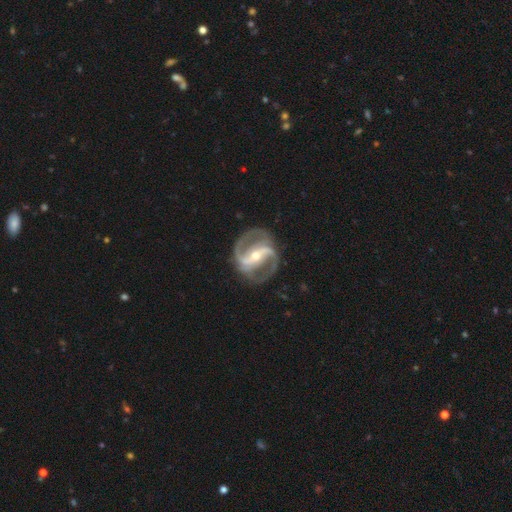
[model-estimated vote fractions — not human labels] The model was most divided on "bulge size": small: 53%, moderate: 44%, large: 2%, none: 1%, dominant: 1%. More confident: spiral arms — yes (98%); edge-on disk — no (97%); smooth or featured — featured or disk (93%); spiral arm count — 2 (86%); merging — none (79%); bar — strong (60%); spiral winding — medium (57%).